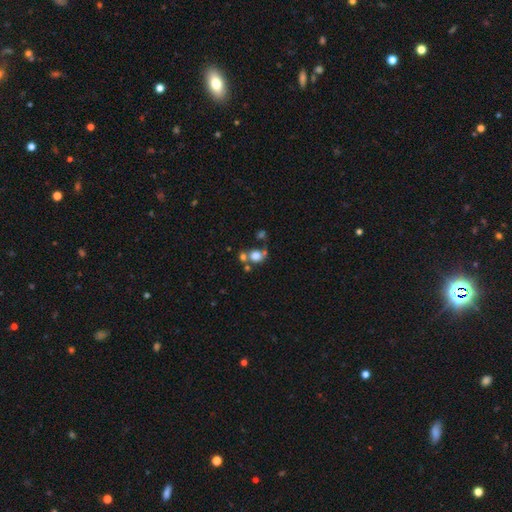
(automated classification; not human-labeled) Overall: smooth (73%). How rounded: round (74%). Merging: none (44%; merger 34%).